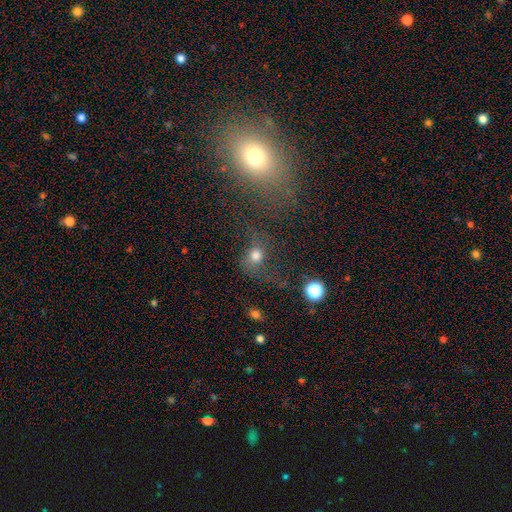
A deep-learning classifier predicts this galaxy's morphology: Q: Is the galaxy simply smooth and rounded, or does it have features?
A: smooth — 58%.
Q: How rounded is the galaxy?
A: round — 73%.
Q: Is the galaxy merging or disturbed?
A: none — 45%.